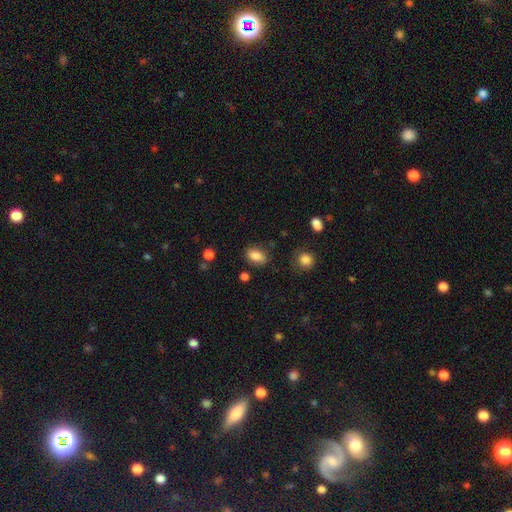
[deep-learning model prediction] Overall: smooth (84%). How rounded: in between (85%). Merging: none (78%).